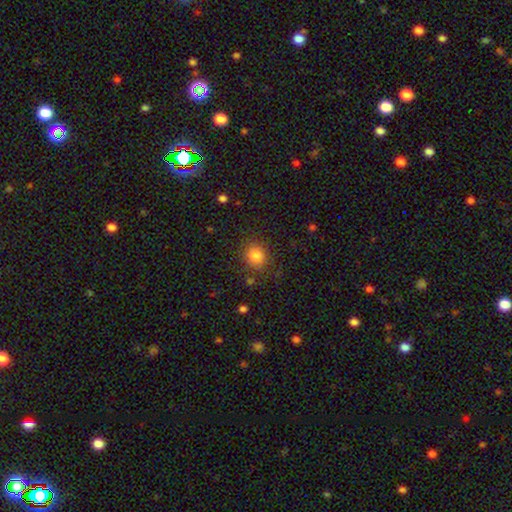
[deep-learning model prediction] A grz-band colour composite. It shows a smooth galaxy with no disk features (81%) that is round (78%). Merging: none (83%).